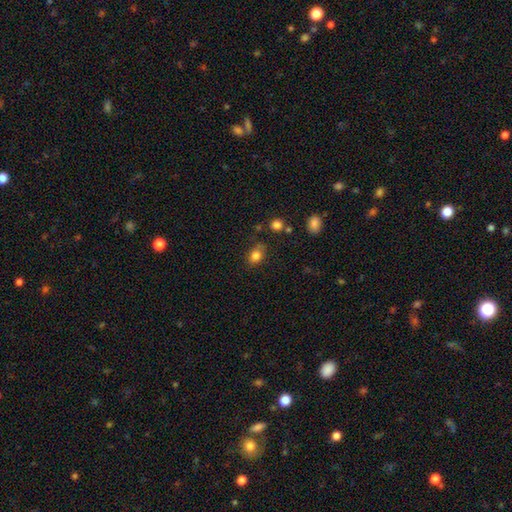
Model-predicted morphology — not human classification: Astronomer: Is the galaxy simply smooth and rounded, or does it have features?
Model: smooth — 83%.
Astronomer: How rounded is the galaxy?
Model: in between — 55% (runner-up: round, 44%).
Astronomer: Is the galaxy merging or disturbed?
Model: none — 71%.